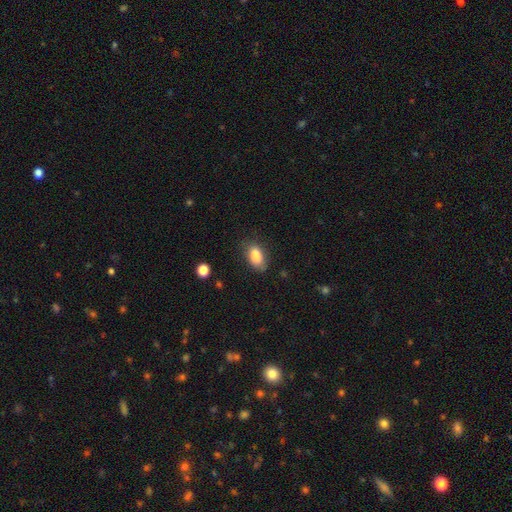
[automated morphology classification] The model was most divided on "merging": none: 75%, minor disturbance: 19%, major disturbance: 5%, merger: 2%. More confident: how rounded — in between (90%); smooth or featured — smooth (85%).